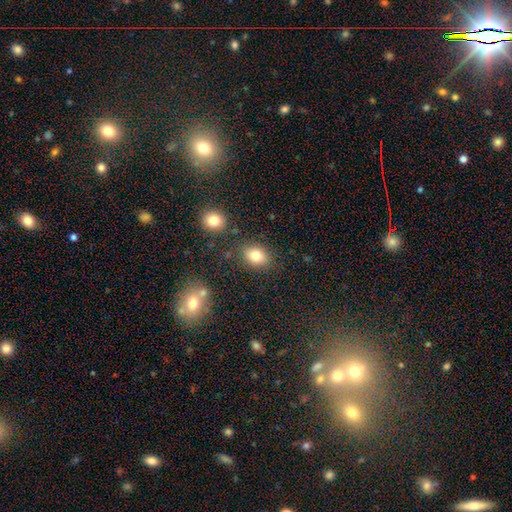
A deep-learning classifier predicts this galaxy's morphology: A smooth galaxy with no disk features (82%) that is in between round and cigar-shaped (60%). Merging: none (80%).